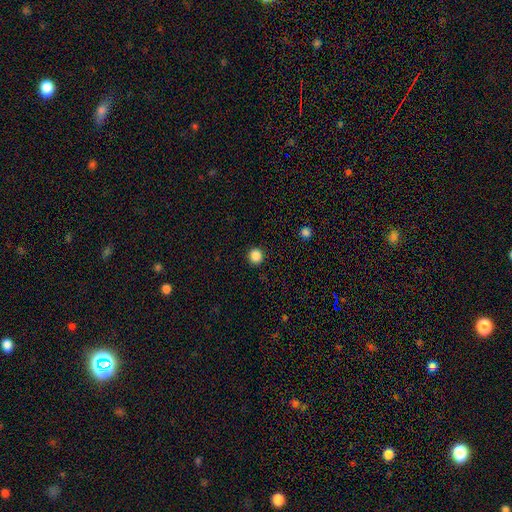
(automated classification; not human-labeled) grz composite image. It shows a smooth galaxy with no disk features (86%) that is round (92%). Merging: none (92%).